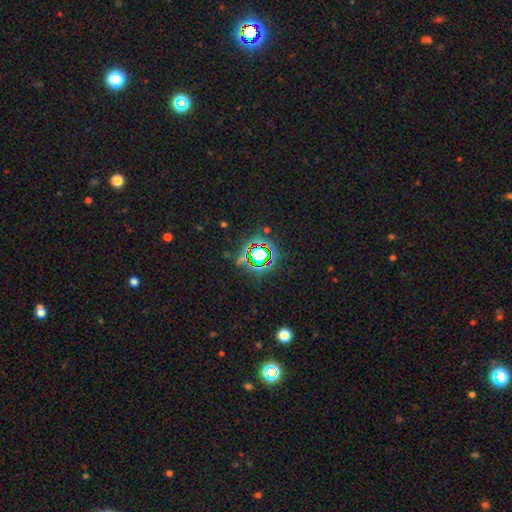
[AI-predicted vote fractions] Morphology: type=star or artifact (72%).